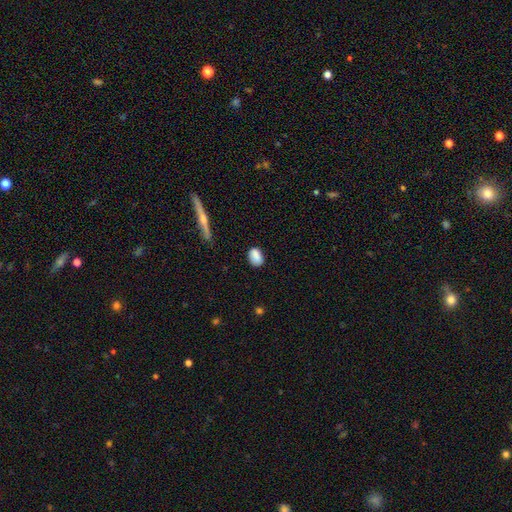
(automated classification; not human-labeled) Overall: smooth (85%). How rounded: in between (77%). Merging: none (81%).